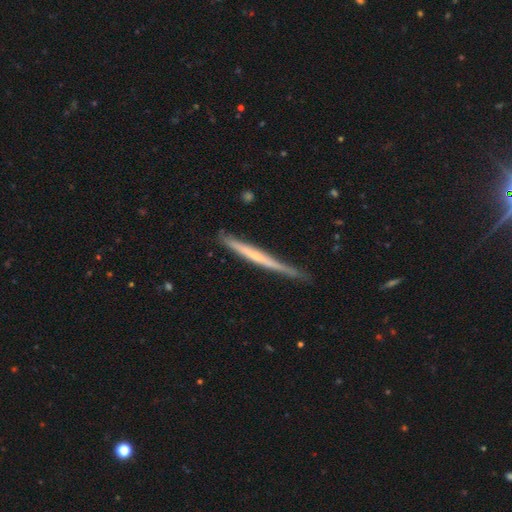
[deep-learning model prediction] Smooth or featured?
  - featured or disk: 55% *
  - smooth: 39%
  - star or artifact: 5%
Edge-on disk?
  - yes: 97% *
  - no: 3%
Edge-on bulge?
  - none: 75% *
  - rounded: 19%
  - boxy: 6%
Merging?
  - none: 76% *
  - minor disturbance: 19%
  - major disturbance: 3%
  - merger: 2%